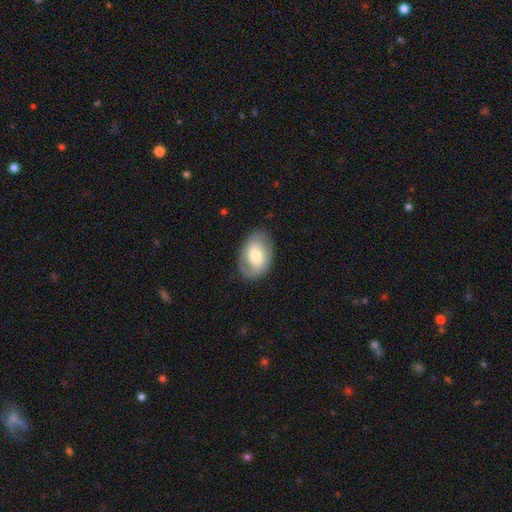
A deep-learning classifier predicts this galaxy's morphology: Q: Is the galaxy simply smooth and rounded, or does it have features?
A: featured or disk — 50%.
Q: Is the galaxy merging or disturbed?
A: none — 78%.